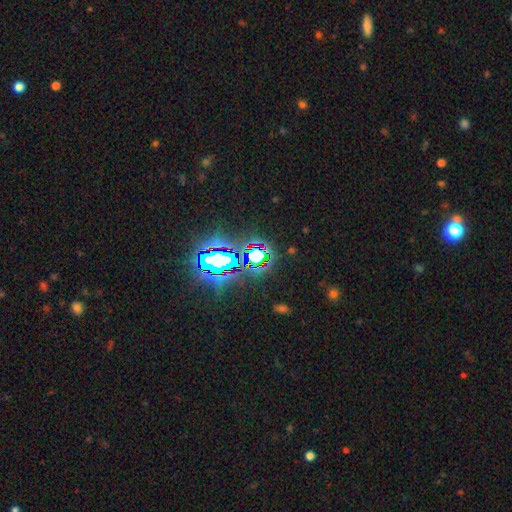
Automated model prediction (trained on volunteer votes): star or artifact 76%, smooth 12%, featured or disk 11%.